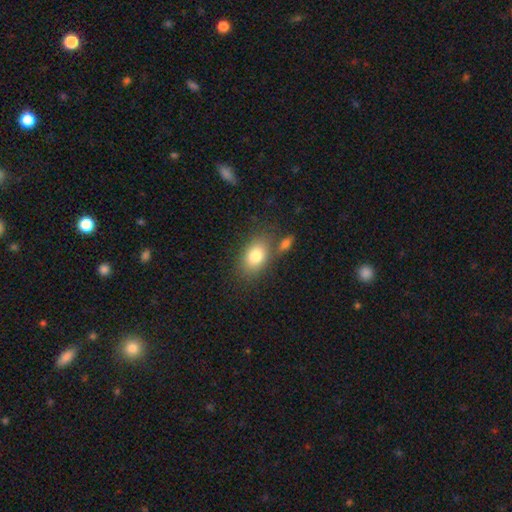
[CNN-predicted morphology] A smooth galaxy with no disk features (80%) that is in between round and cigar-shaped (81%). Merging: none (68%).